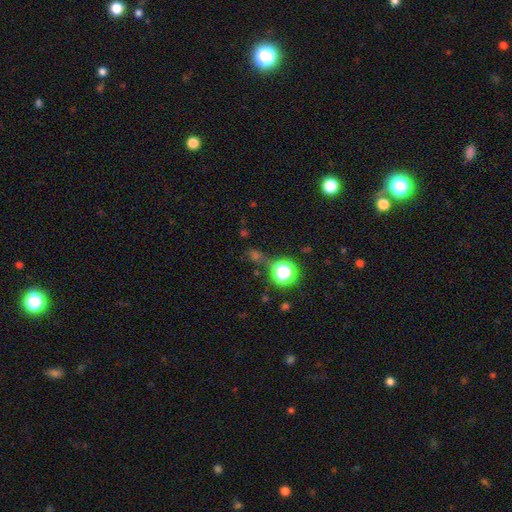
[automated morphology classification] Q: Smooth or featured?
A: star or artifact (54%); runner-up: smooth (37%)